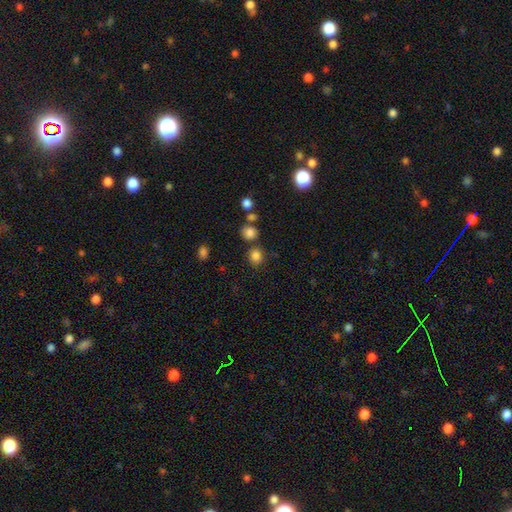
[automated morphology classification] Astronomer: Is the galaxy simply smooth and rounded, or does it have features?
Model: smooth — 82%.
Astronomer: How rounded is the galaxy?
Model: round — 81%.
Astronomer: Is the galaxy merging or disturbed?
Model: none — 74%.